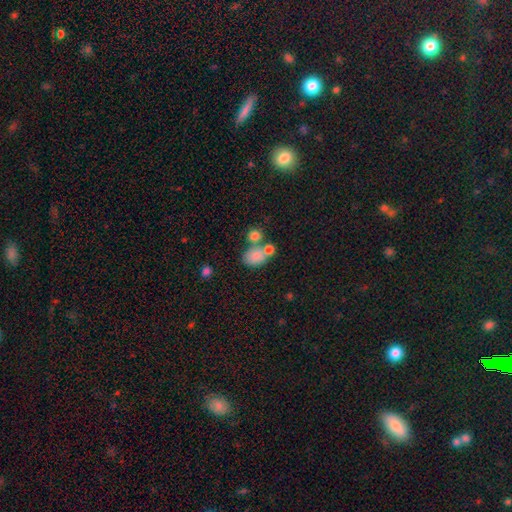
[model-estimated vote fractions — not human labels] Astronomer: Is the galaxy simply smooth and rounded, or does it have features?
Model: smooth — 78%.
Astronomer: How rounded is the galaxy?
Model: in between — 63%.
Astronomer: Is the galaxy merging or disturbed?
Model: none — 43% (runner-up: merger, 37%).